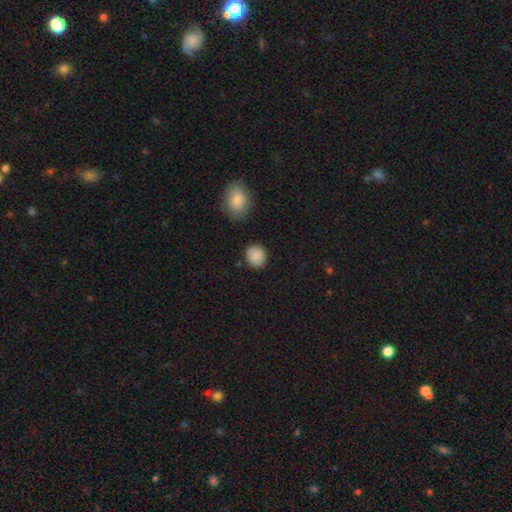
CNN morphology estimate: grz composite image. It shows a smooth galaxy with no disk features (89%) that is round (74%). Merging: none (85%).